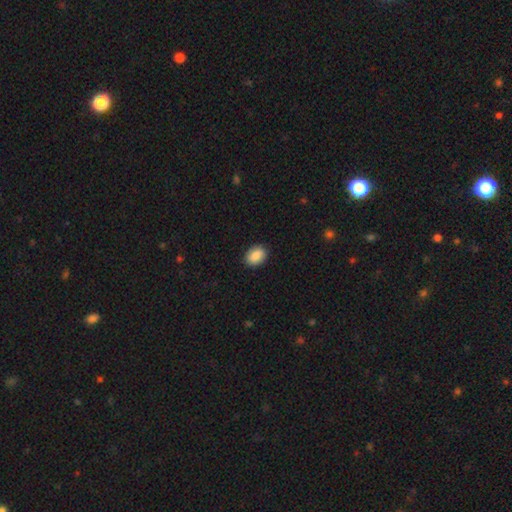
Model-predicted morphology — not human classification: smooth_or_featured: smooth (p=0.89) [alt: star or artifact p=0.07]
how_rounded: in between (p=0.76) [alt: round p=0.23]
merging: none (p=0.89) [alt: minor disturbance p=0.08]